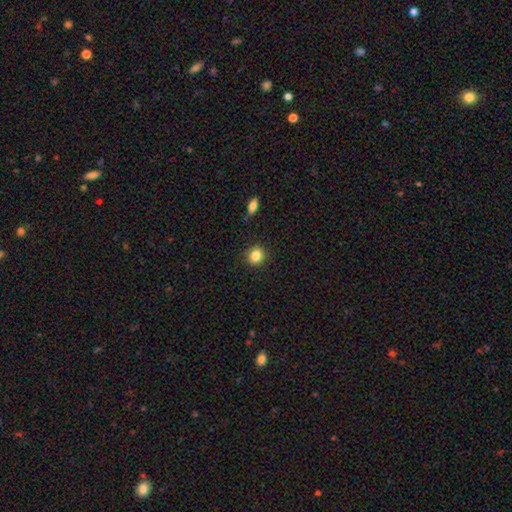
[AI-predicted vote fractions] Smooth or featured? smooth (85%)
How rounded? round (80%)
Merging? none (89%)